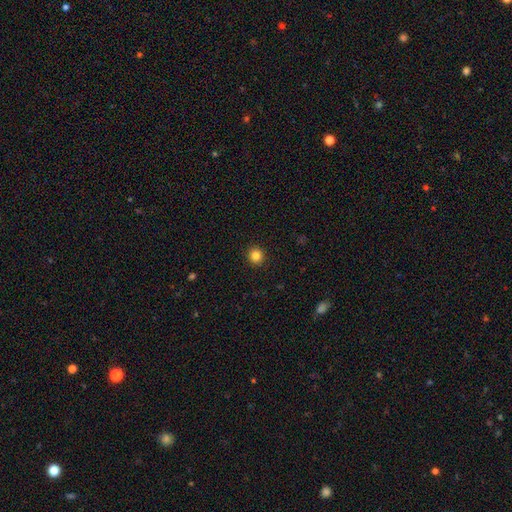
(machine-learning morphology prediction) Overall: smooth (84%). How rounded: round (93%). Merging: none (93%).